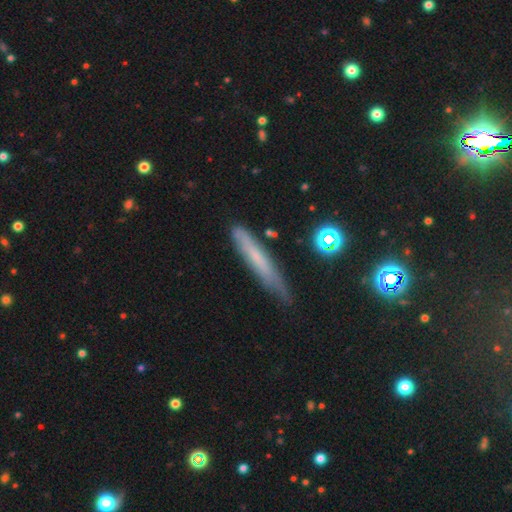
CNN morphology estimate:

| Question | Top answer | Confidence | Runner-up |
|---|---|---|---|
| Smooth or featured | smooth | 54% | featured or disk (37%) |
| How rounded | cigar-shaped | 92% | in between (6%) |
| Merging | none | 64% | minor disturbance (27%) |